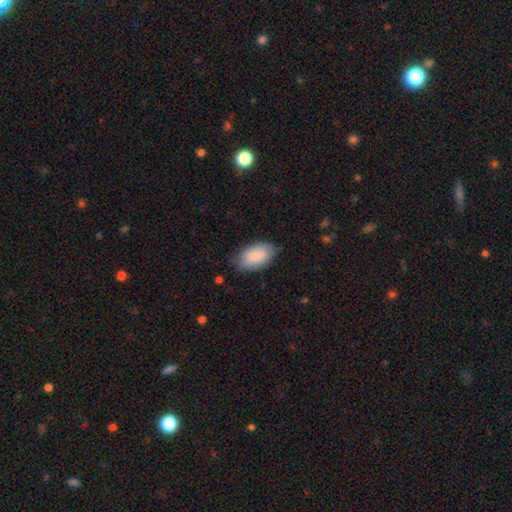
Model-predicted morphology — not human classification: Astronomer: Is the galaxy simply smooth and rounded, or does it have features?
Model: smooth — 87%.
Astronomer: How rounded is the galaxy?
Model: in between — 94%.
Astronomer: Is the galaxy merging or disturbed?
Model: none — 79%.